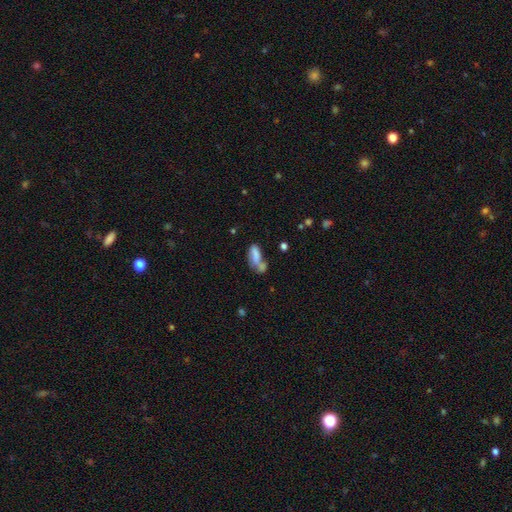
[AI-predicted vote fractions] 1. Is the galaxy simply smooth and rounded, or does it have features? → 67% smooth, 23% featured or disk, 11% star or artifact.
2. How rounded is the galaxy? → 77% in between, 19% cigar-shaped, 4% round.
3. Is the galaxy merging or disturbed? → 45% merger, 23% none, 17% major disturbance, 16% minor disturbance.